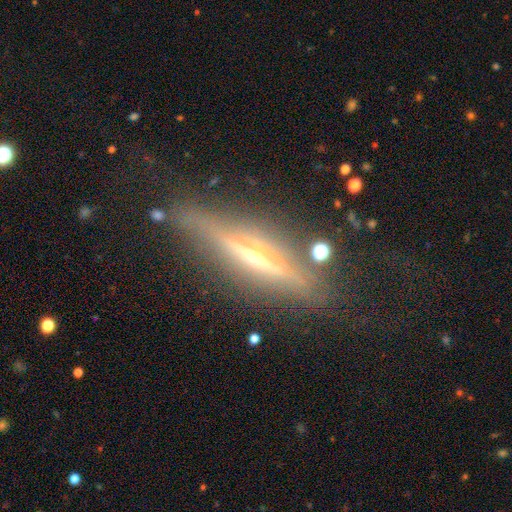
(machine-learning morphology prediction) Smooth or featured? Predicted: featured or disk (p=0.80). Edge-on disk? Predicted: yes (p=0.94). Edge-on bulge? Predicted: rounded (p=0.80). Merging? Predicted: none (p=0.79).